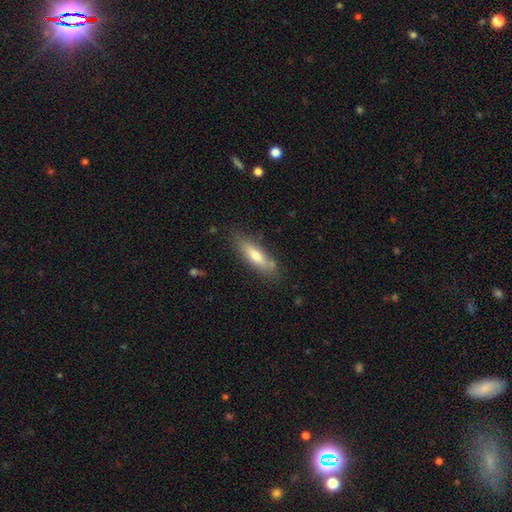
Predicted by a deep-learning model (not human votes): Morphology: type=smooth (66%); roundness=cigar-shaped (62%); merging=none (78%).